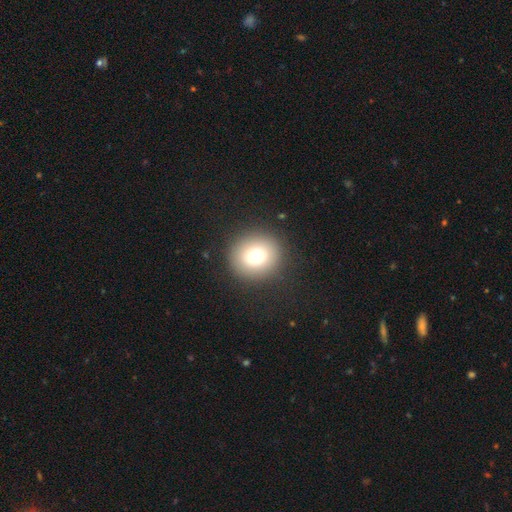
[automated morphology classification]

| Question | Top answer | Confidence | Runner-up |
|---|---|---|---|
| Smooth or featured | smooth | 75% | star or artifact (13%) |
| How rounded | round | 90% | in between (9%) |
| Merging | none | 90% | minor disturbance (6%) |